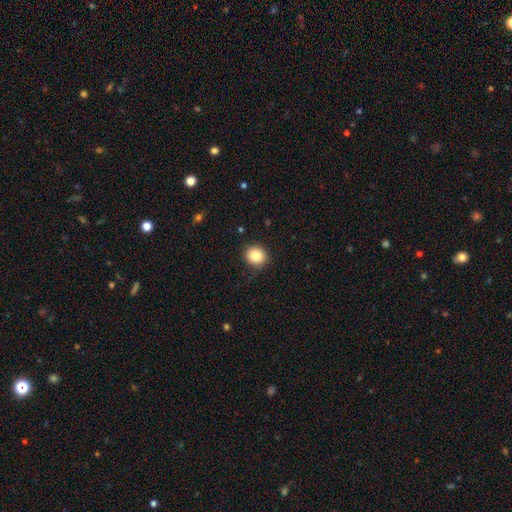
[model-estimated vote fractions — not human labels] smooth-or-featured: smooth: 84% | star or artifact: 10% | featured or disk: 6%
  how-rounded: round: 88% | in between: 11% | cigar-shaped: 1%
  merging: none: 87% | minor disturbance: 10% | major disturbance: 3% | merger: 1%